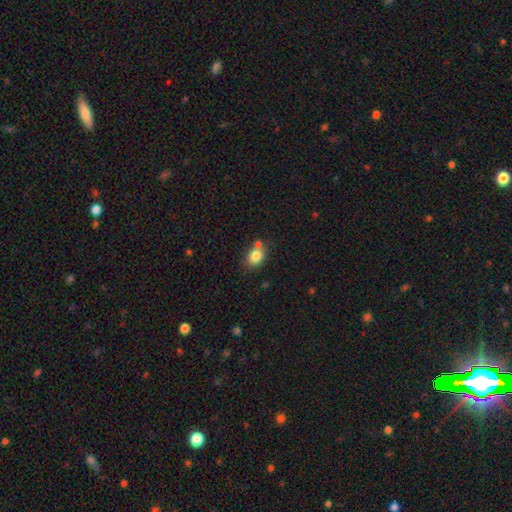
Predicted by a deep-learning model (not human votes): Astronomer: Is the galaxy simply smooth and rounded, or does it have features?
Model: smooth — 82%.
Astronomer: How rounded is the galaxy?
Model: in between — 58% (runner-up: round, 41%).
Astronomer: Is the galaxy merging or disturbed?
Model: none — 60%.